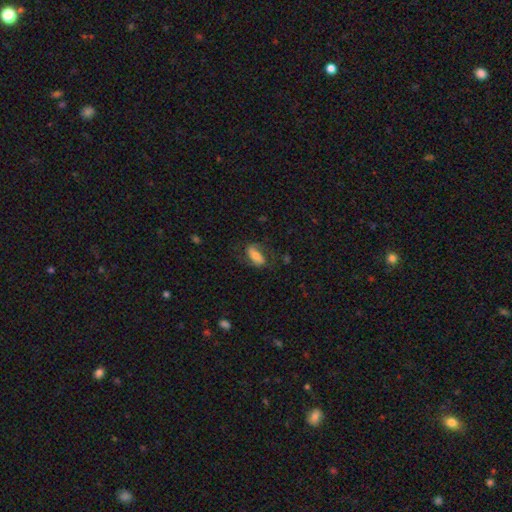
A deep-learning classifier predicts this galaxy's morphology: Q: Smooth or featured?
A: smooth (49%); runner-up: featured or disk (43%)
Q: Merging?
A: none (63%); runner-up: minor disturbance (20%)